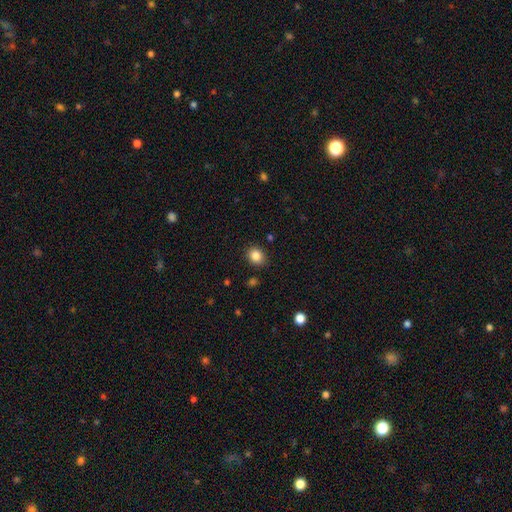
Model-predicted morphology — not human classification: Smooth or featured?
  - smooth: 85% *
  - star or artifact: 10%
  - featured or disk: 5%
How rounded?
  - round: 67% *
  - in between: 32%
  - cigar-shaped: 1%
Merging?
  - none: 86% *
  - minor disturbance: 10%
  - major disturbance: 3%
  - merger: 2%